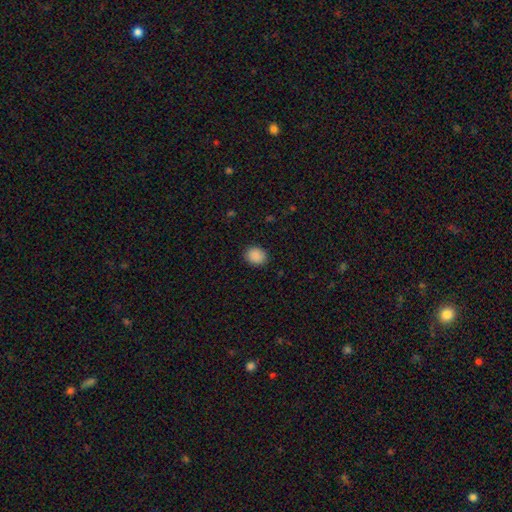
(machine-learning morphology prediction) Smooth or featured? Predicted: smooth (p=0.89). How rounded? Predicted: round (p=0.59). Merging? Predicted: none (p=0.89).